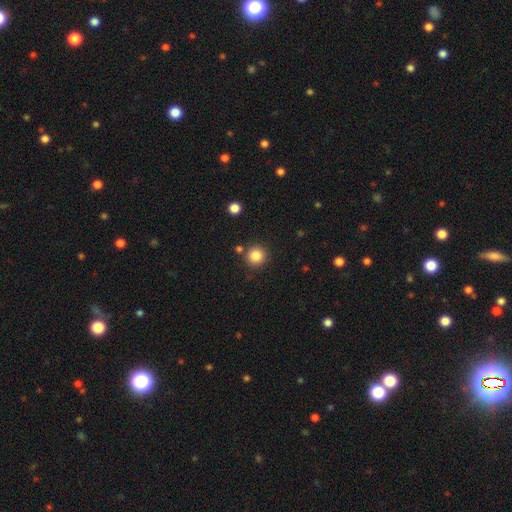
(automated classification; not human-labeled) Q: Smooth or featured?
A: smooth (85%); runner-up: star or artifact (11%)
Q: How rounded?
A: round (94%); runner-up: in between (5%)
Q: Merging?
A: none (85%); runner-up: minor disturbance (7%)